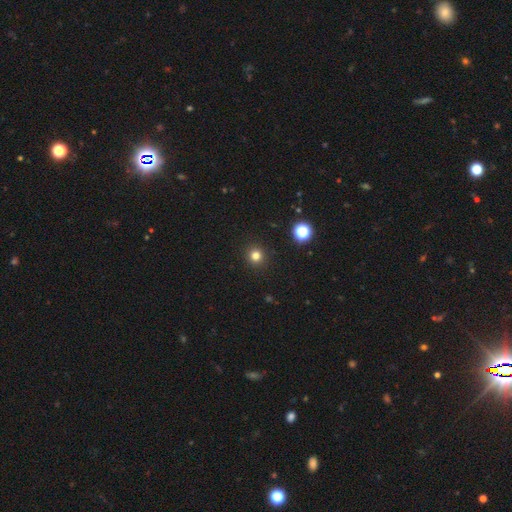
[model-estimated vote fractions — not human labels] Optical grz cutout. It shows a smooth galaxy with no disk features (79%) that is round (94%). Merging: none (93%).